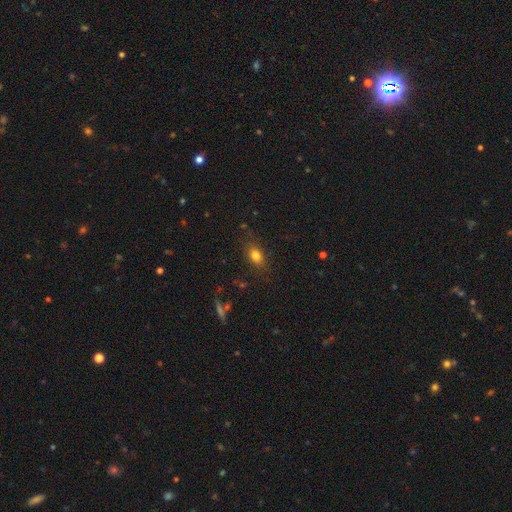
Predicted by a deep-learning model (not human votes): smooth 79%, star or artifact 12%, featured or disk 9%. Down the decision tree: how rounded — in between (77%); merging — none (80%).